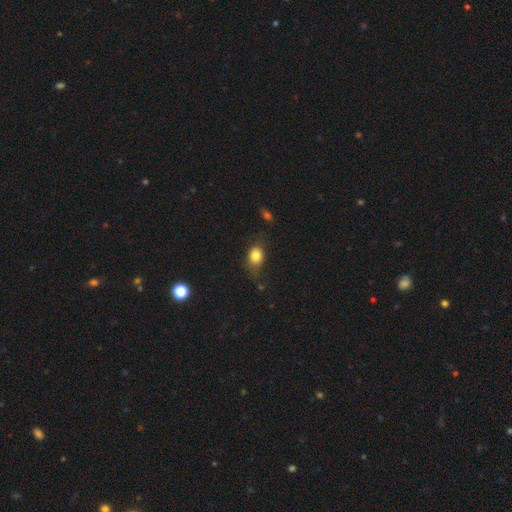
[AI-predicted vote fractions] Overall: smooth (81%). How rounded: in between (51%; round 48%). Merging: none (62%; minor disturbance 26%).